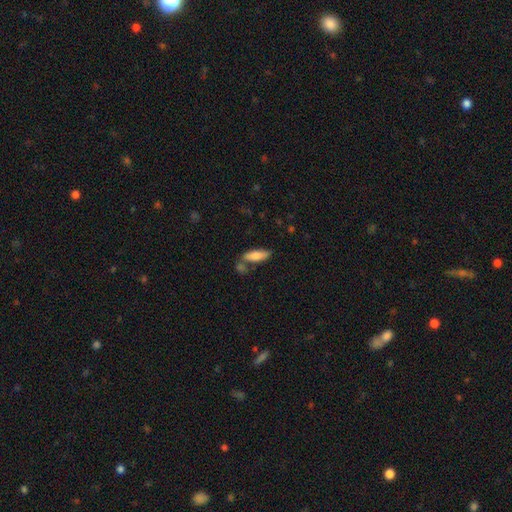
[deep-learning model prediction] Smooth or featured? smooth (81%)
How rounded? in between (63%)
Merging? none (57%)